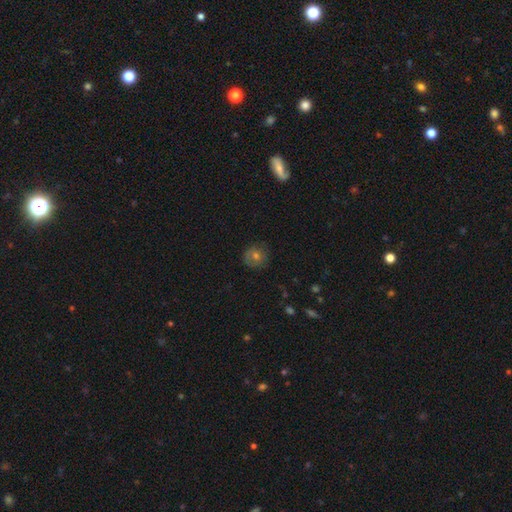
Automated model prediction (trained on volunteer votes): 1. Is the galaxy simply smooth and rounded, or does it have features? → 61% smooth, 24% featured or disk, 15% star or artifact.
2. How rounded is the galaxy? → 91% round, 8% in between, 1% cigar-shaped.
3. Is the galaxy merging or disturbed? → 83% none, 12% minor disturbance, 3% major disturbance, 1% merger.